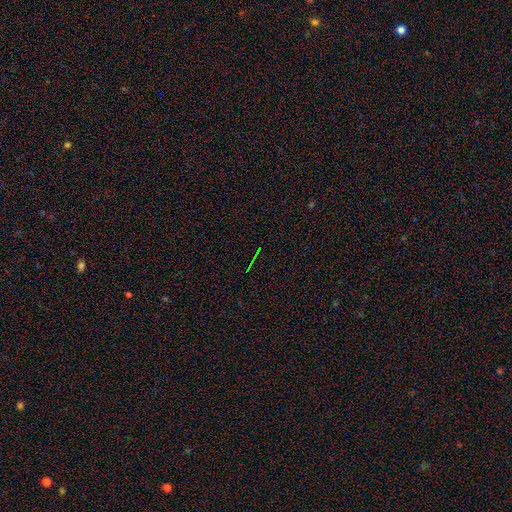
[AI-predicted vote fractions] The model was most divided on "smooth or featured": star or artifact: 75%, smooth: 13%, featured or disk: 12%.